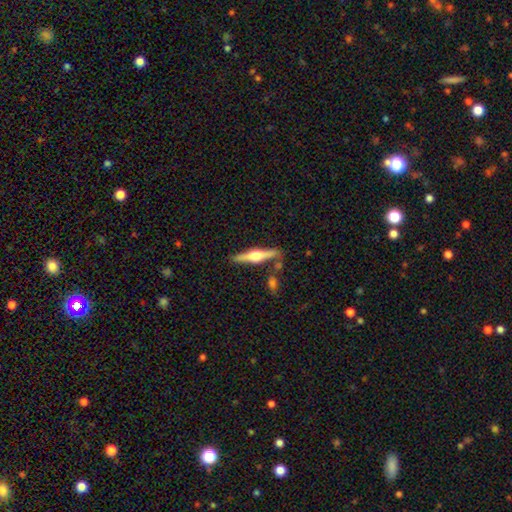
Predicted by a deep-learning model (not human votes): The model was most divided on "smooth or featured": featured or disk: 73%, smooth: 22%, star or artifact: 5%. More confident: edge-on disk — yes (97%); edge-on bulge — rounded (96%); merging — none (81%).